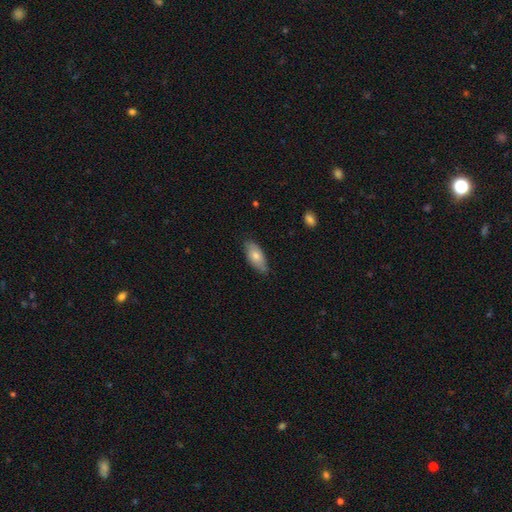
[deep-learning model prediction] The model was most divided on "smooth or featured": smooth: 70%, featured or disk: 24%, star or artifact: 7%. More confident: how rounded — in between (86%); merging — none (79%).